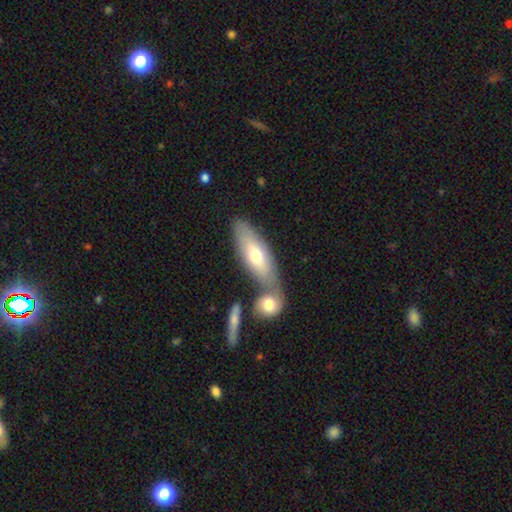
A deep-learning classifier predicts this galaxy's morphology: smooth 61%, featured or disk 33%, star or artifact 6%. Down the decision tree: how rounded — in between (64%); merging — none (49%).